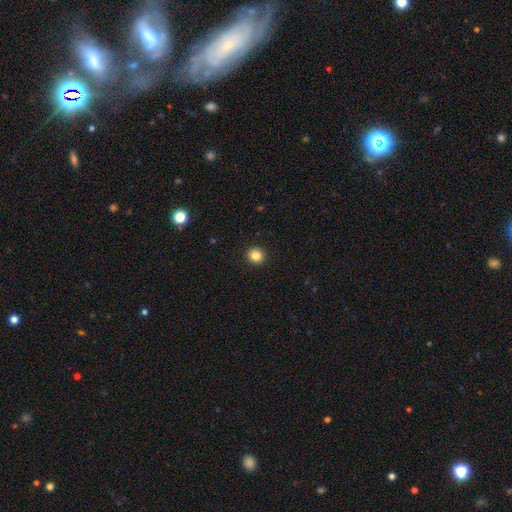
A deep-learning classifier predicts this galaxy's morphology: type=smooth (85%); roundness=round (91%); merging=none (93%).